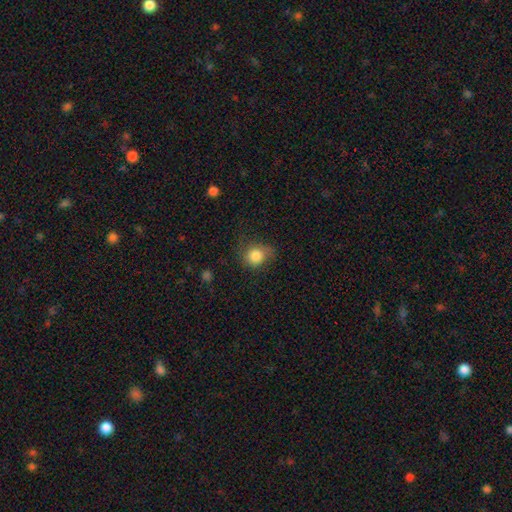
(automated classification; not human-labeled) A smooth galaxy with no disk features (82%) that is round (73%). Merging: none (59%).